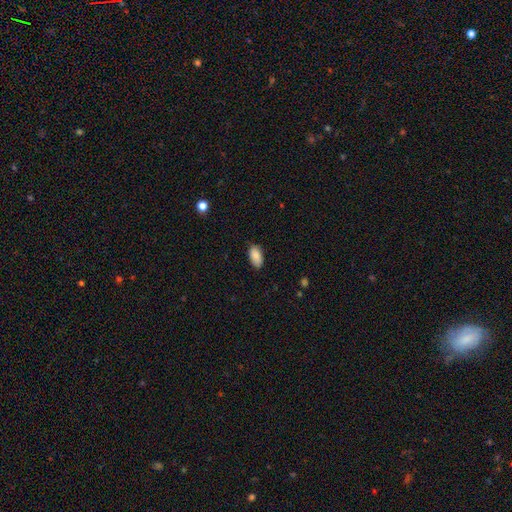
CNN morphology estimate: The model was most divided on "merging": none: 83%, minor disturbance: 13%, major disturbance: 2%, merger: 1%. More confident: how rounded — in between (94%); smooth or featured — smooth (89%).